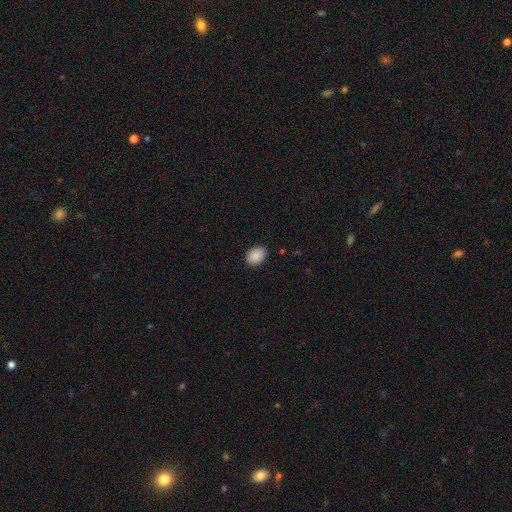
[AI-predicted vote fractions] smooth 90%, star or artifact 7%, featured or disk 3%. Down the decision tree: how rounded — in between (74%); merging — none (87%).